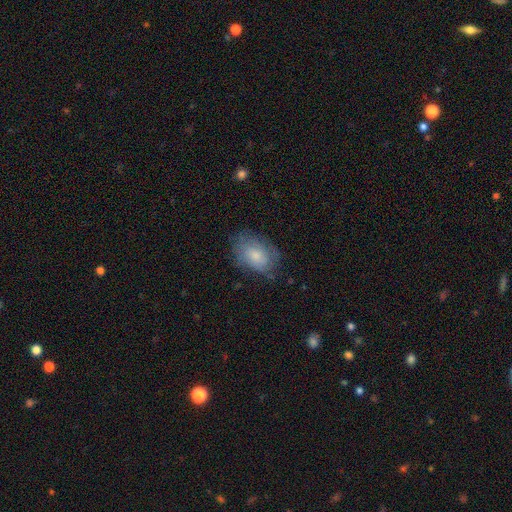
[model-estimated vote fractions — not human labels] smooth 70%, featured or disk 23%, star or artifact 8%. Down the decision tree: how rounded — in between (84%); merging — none (64%).